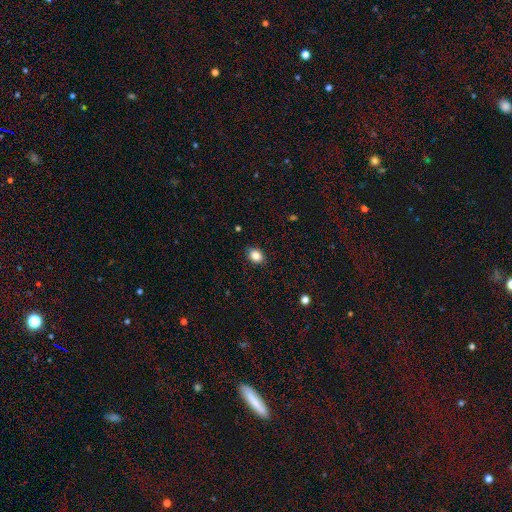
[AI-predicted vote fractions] Morphology: type=smooth (86%); roundness=in between (59%); merging=none (86%).